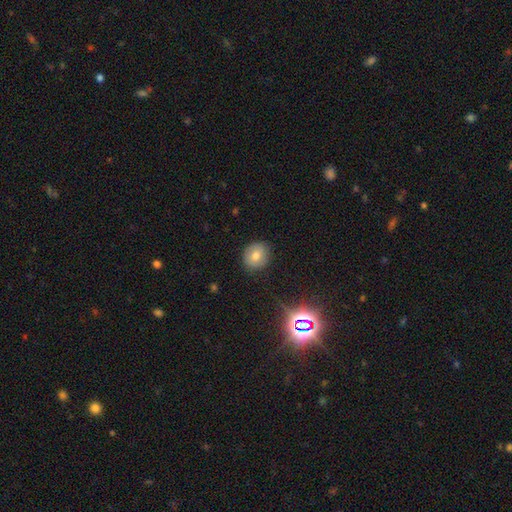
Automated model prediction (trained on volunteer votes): smooth 74%, featured or disk 13%, star or artifact 13%. Down the decision tree: how rounded — round (74%); merging — none (86%).